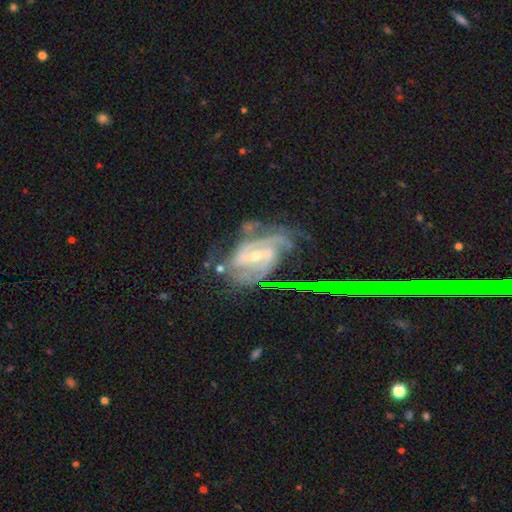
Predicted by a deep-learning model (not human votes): featured or disk 88%, star or artifact 7%, smooth 5%. Down the decision tree: edge-on disk — no (96%); bar — weak (44%); spiral arms — yes (97%); spiral arm count — 2 (45%); spiral winding — medium (46%); bulge size — small (59%); merging — none (56%).